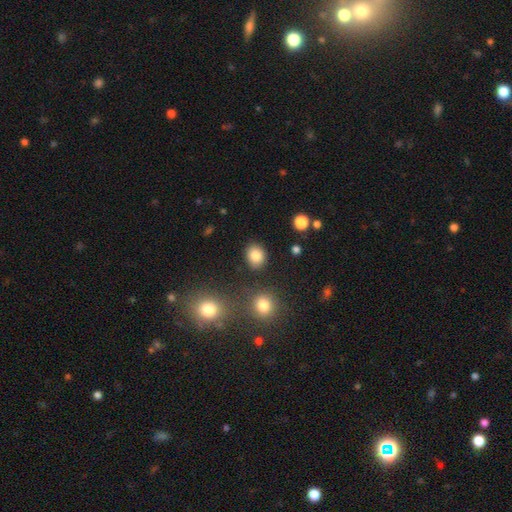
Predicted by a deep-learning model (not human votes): Morphology: type=smooth (84%); roundness=round (61%); merging=none (87%).